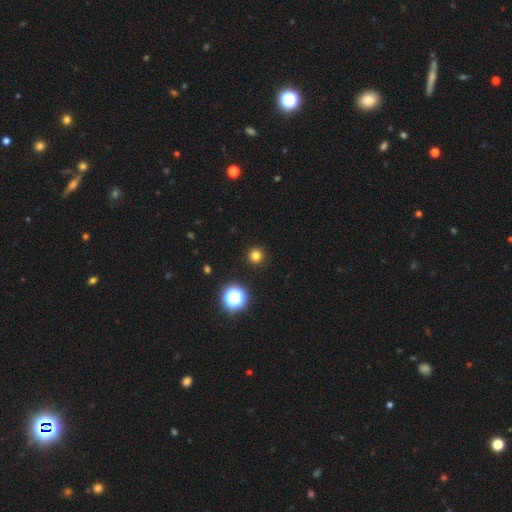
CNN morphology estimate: smooth-or-featured: smooth: 78% | star or artifact: 18% | featured or disk: 4%
  how-rounded: round: 96% | in between: 3% | cigar-shaped: 1%
  merging: none: 93% | minor disturbance: 4% | major disturbance: 2% | merger: 1%